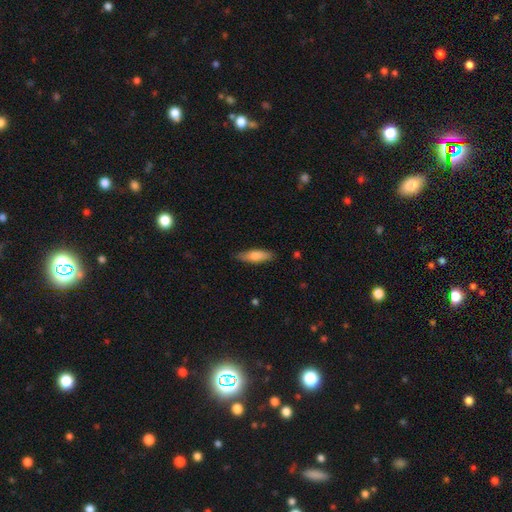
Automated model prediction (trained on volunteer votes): smooth-or-featured: smooth: 75% | featured or disk: 19% | star or artifact: 6%
  how-rounded: cigar-shaped: 55% | in between: 43% | round: 2%
  merging: none: 84% | minor disturbance: 13% | major disturbance: 2% | merger: 1%